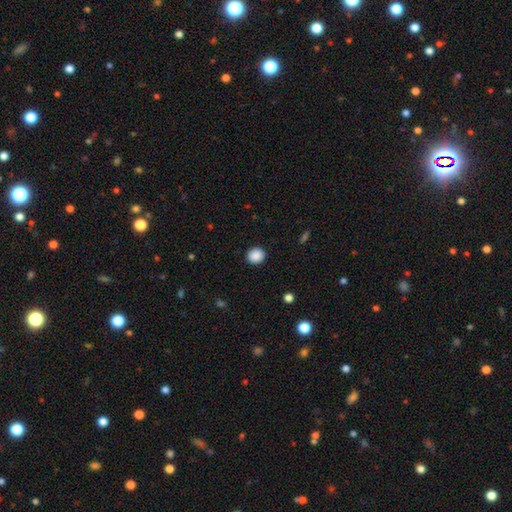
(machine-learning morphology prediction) A smooth galaxy with no disk features (89%) that is round (79%). Merging: none (91%).